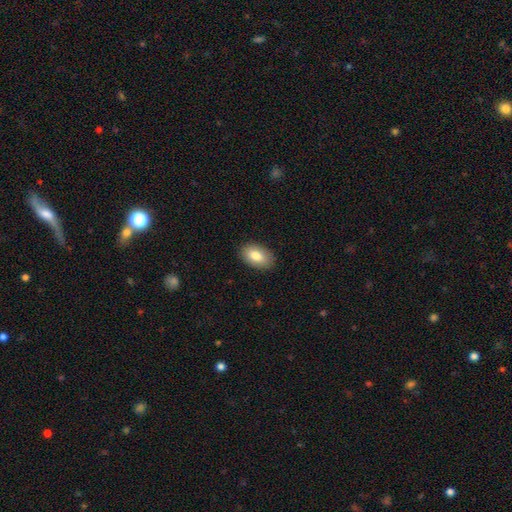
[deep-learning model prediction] Smooth or featured? smooth (82%)
How rounded? in between (92%)
Merging? none (88%)